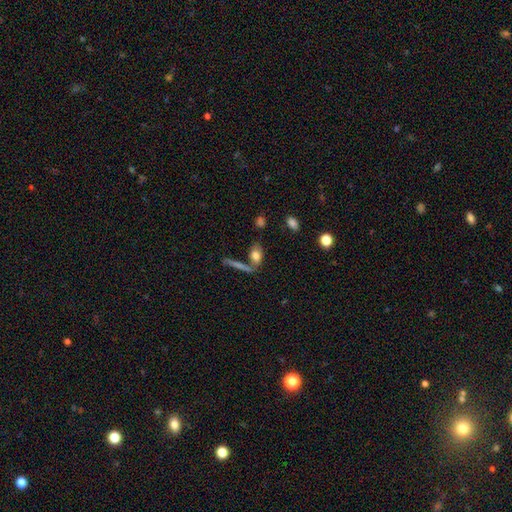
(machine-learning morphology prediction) Q: Smooth or featured?
A: smooth (72%); runner-up: featured or disk (19%)
Q: How rounded?
A: in between (77%); runner-up: cigar-shaped (15%)
Q: Merging?
A: none (57%); runner-up: merger (21%)